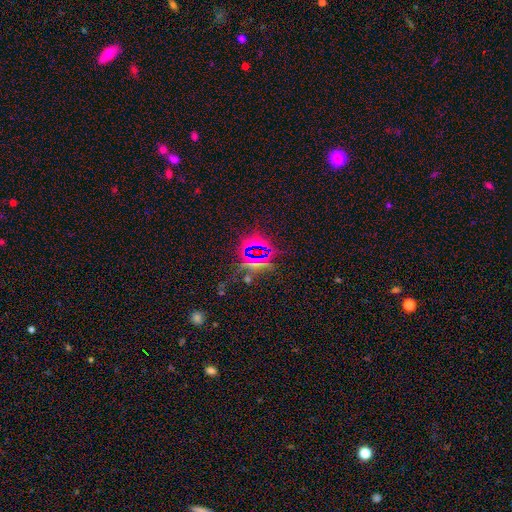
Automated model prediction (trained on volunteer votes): Overall: star or artifact (77%).